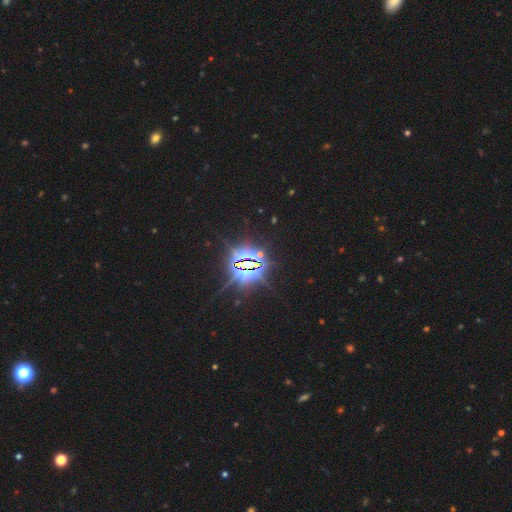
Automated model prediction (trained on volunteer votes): Smooth or featured? Predicted: star or artifact (p=0.86).